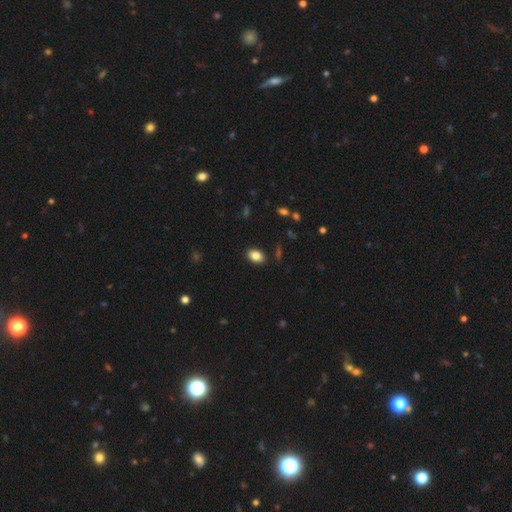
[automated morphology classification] Smooth or featured? smooth (84%)
How rounded? in between (84%)
Merging? none (87%)